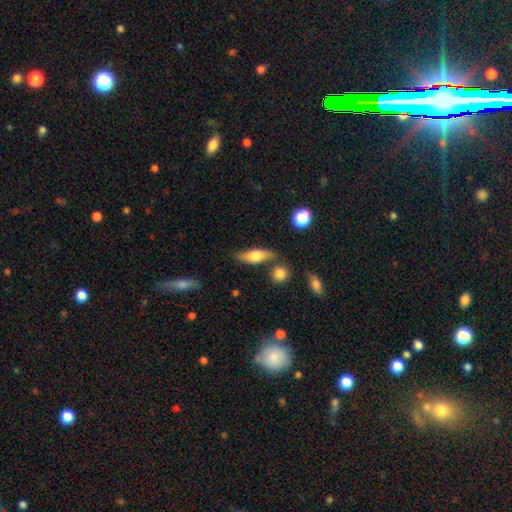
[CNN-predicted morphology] Overall: smooth (61%; featured or disk 32%). How rounded: in between (62%; cigar-shaped 34%). Merging: none (73%).